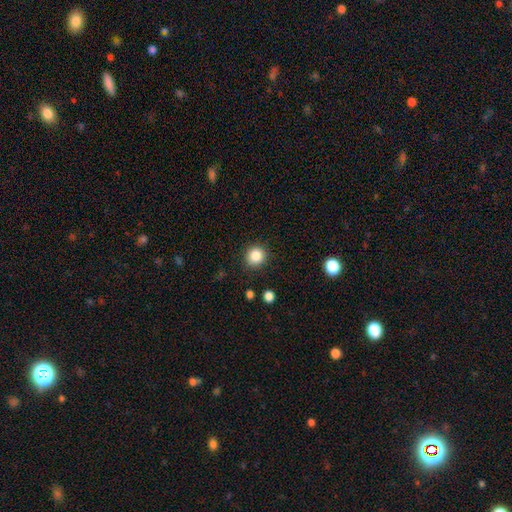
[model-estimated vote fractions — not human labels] Smooth or featured? smooth (85%)
How rounded? round (90%)
Merging? none (89%)